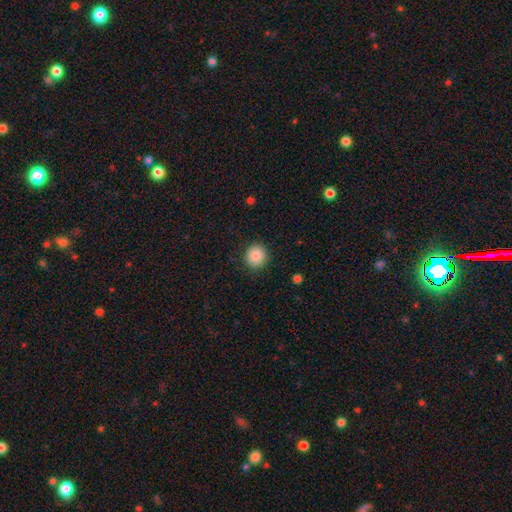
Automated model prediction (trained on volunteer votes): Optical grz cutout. It shows a smooth galaxy with no disk features (86%) that is round (90%). Merging: none (90%).